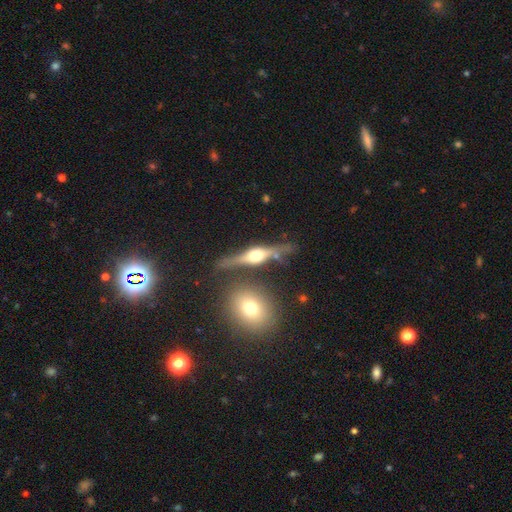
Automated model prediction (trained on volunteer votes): A featured or disk galaxy (79%) viewed edge-on (93%) with a rounded central bulge (93%). Merging: none (72%).